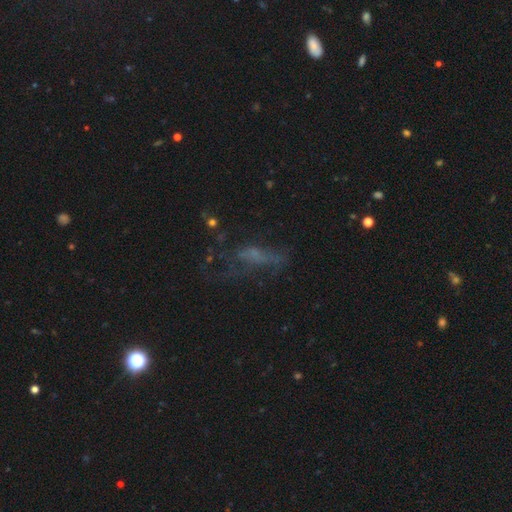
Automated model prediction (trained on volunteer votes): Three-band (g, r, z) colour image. It shows a featured or disk galaxy (40%). Merging: none (40%).